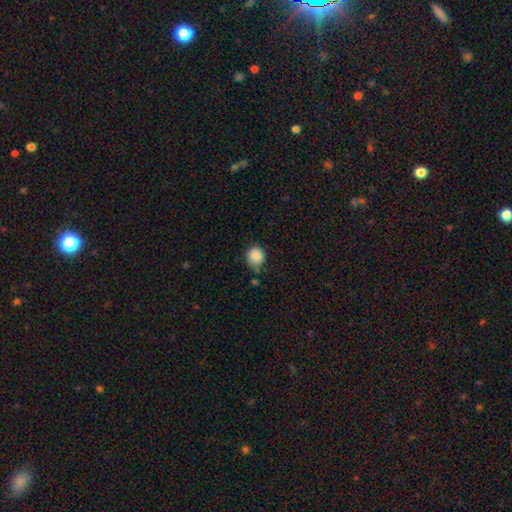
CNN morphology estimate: Smooth or featured: smooth — 86% (star or artifact — 9%)
How rounded: round — 87% (in between — 12%)
Merging: none — 67% (minor disturbance — 23%)